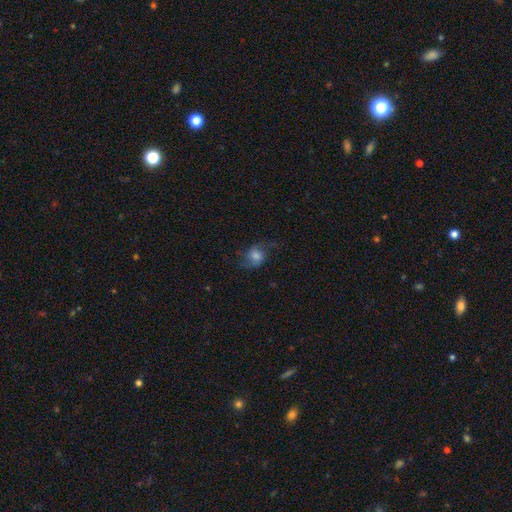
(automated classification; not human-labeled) This appears to be a smooth galaxy with no disk features (51%) that is round (52%). Merging: none (54%).